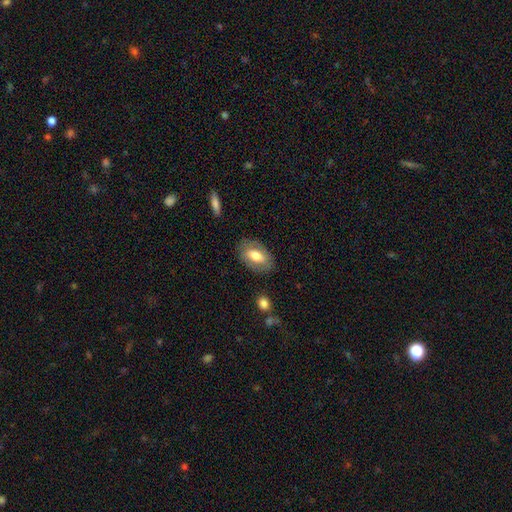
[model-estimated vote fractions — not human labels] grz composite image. It shows a smooth galaxy with no disk features (58%) that is in between round and cigar-shaped (90%). Merging: none (79%).